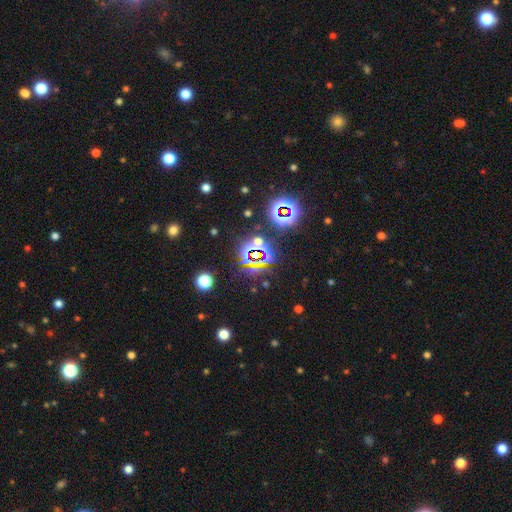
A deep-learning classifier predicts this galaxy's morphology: smooth_or_featured: star or artifact (p=0.78) [alt: smooth p=0.13]